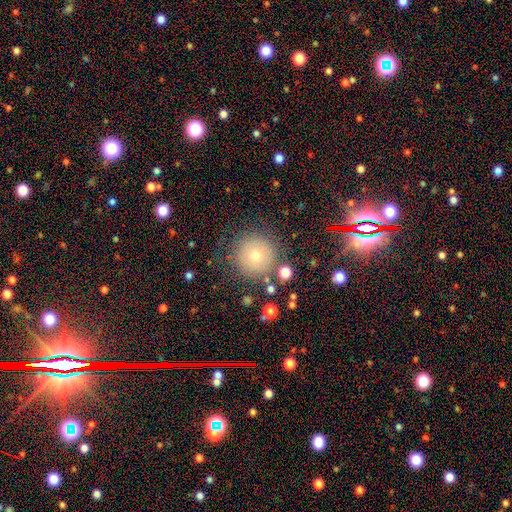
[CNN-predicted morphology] Overall: smooth (70%). How rounded: round (96%). Merging: none (79%).